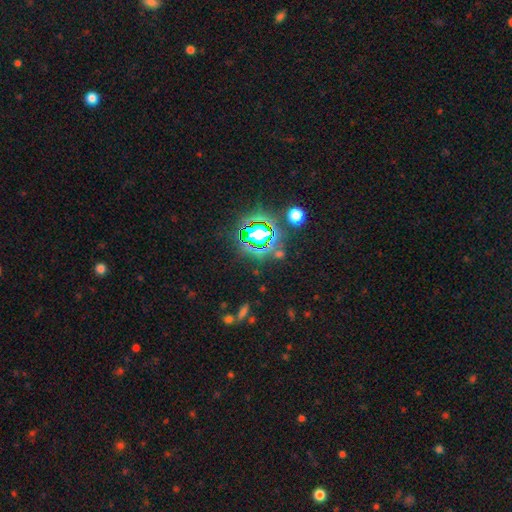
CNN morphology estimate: Smooth or featured: star or artifact — 74% (smooth — 16%)